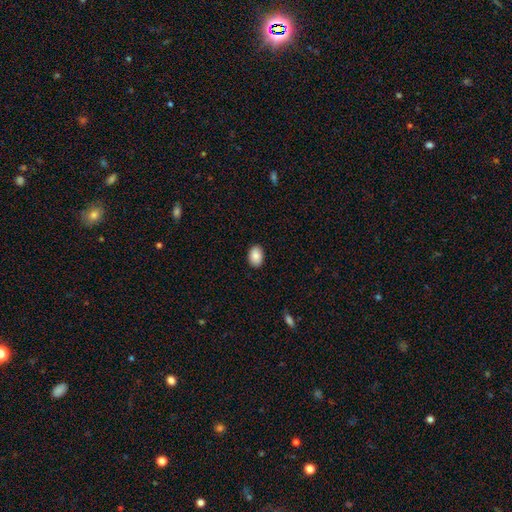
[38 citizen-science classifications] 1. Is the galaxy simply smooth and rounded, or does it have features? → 97% smooth, 3% star or artifact, 0% featured or disk.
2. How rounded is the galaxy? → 89% in between, 11% round, 0% cigar-shaped.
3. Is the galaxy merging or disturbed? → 89% none, 5% minor disturbance, 5% major disturbance, 0% merger.